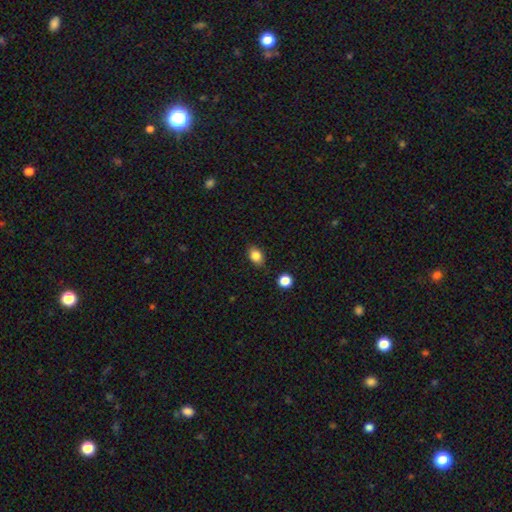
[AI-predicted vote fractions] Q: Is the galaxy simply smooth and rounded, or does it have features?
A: smooth — 84%.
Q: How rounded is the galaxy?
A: in between — 74%.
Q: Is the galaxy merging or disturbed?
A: none — 85%.